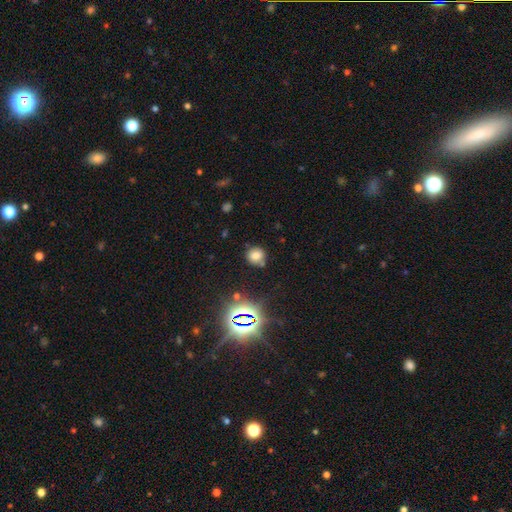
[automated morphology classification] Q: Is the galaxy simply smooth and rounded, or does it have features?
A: smooth — 69%.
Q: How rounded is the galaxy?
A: round — 86%.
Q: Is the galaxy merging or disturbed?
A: none — 76%.